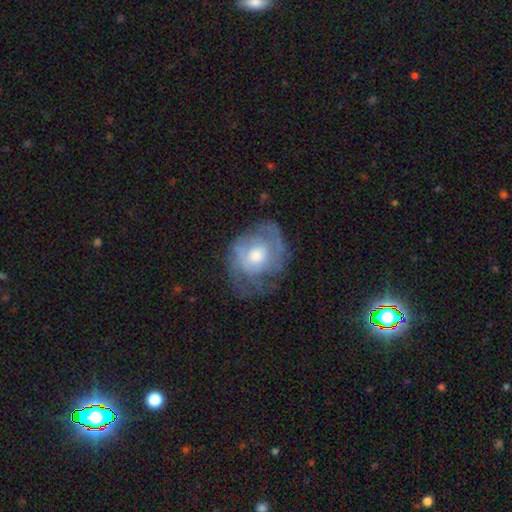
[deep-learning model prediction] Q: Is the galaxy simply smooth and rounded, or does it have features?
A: featured or disk — 67%.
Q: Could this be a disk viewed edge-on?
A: no — 97%.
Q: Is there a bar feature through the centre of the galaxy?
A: no — 76%.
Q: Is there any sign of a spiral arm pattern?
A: yes — 74%.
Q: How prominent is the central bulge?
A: moderate — 64%.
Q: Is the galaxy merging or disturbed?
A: none — 55%.